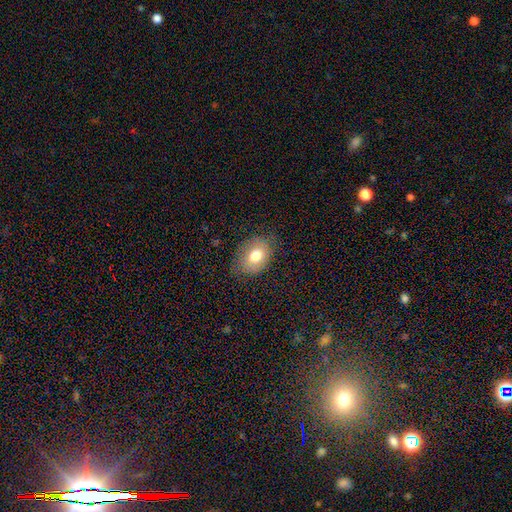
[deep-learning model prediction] A smooth galaxy with no disk features (74%) that is in between round and cigar-shaped (76%).

Vote fractions:
- Smooth or featured? smooth: 74% / featured or disk: 18% / star or artifact: 9%
- How rounded? in between: 76% / round: 23% / cigar-shaped: 1%
- Merging? none: 74% / minor disturbance: 19% / major disturbance: 6% / merger: 1%